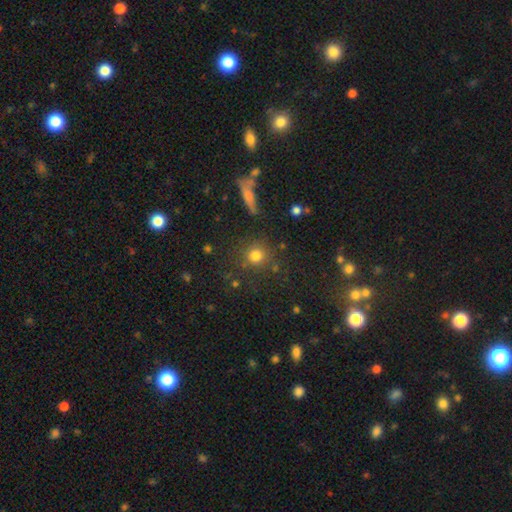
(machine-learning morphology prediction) type=smooth (76%); roundness=round (91%); merging=none (81%).